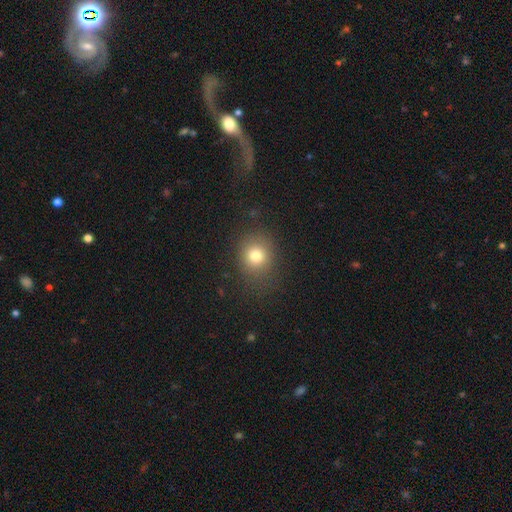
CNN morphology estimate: A smooth galaxy with no disk features (77%) that is round (78%). Merging: none (80%).